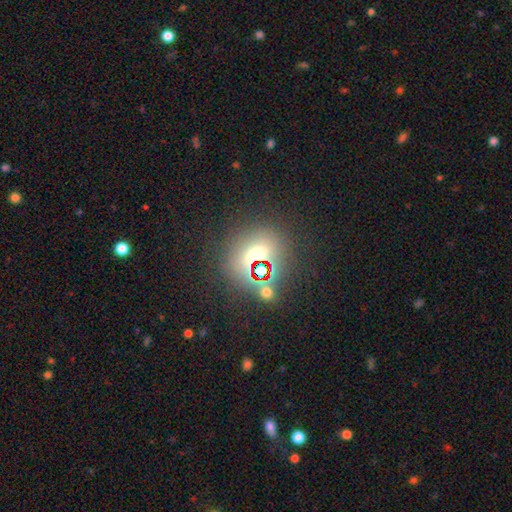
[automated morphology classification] Smooth or featured: star or artifact — 48% (smooth — 41%)